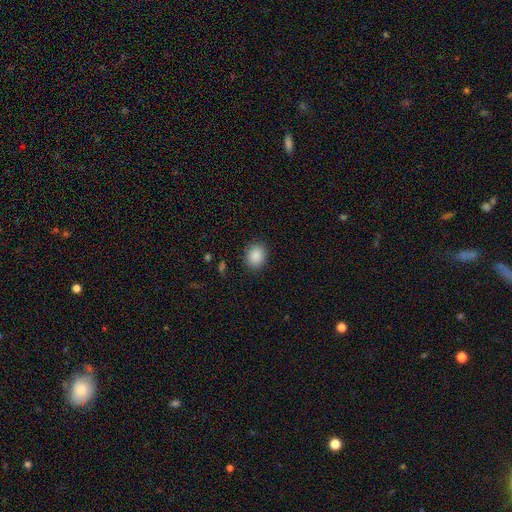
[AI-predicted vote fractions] The model was most divided on "how rounded": round: 59%, in between: 40%, cigar-shaped: 1%. More confident: smooth or featured — smooth (88%); merging — none (88%).